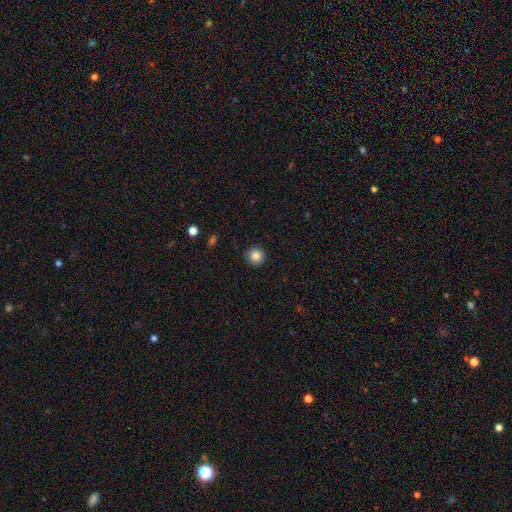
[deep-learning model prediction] smooth-or-featured: smooth: 85% | star or artifact: 10% | featured or disk: 6%
  how-rounded: round: 95% | in between: 4% | cigar-shaped: 1%
  merging: none: 92% | minor disturbance: 5% | major disturbance: 2% | merger: 1%